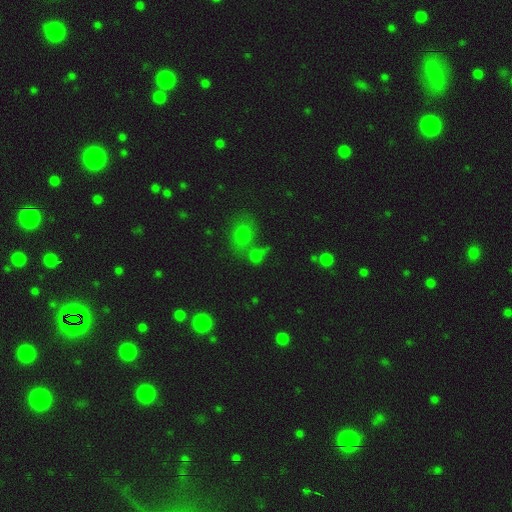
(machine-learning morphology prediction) This appears to be a smooth galaxy with no disk features (66%) that is round (61%). Merging: none (44%).